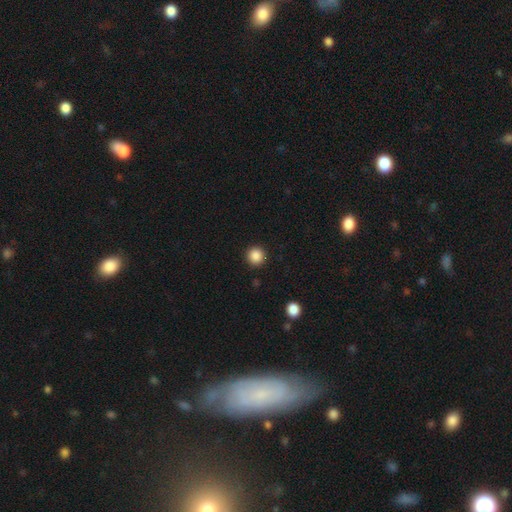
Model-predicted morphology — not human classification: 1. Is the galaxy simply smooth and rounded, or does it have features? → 87% smooth, 10% star or artifact, 3% featured or disk.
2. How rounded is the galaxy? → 95% round, 4% in between, 1% cigar-shaped.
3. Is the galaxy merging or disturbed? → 92% none, 5% minor disturbance, 2% major disturbance, 1% merger.